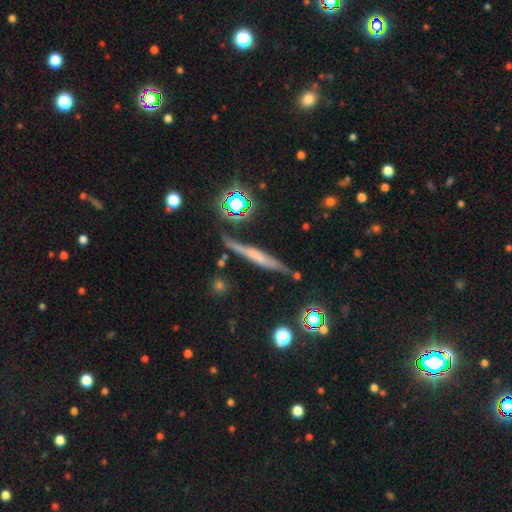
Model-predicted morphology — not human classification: A featured or disk galaxy (48%). Merging: none (78%).